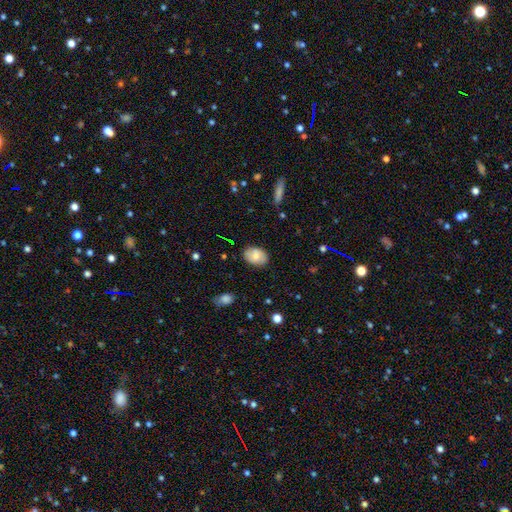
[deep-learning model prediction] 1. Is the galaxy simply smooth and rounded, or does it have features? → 71% smooth, 21% featured or disk, 7% star or artifact.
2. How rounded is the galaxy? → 83% in between, 16% round, 1% cigar-shaped.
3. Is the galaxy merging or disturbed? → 84% none, 13% minor disturbance, 3% major disturbance, 1% merger.